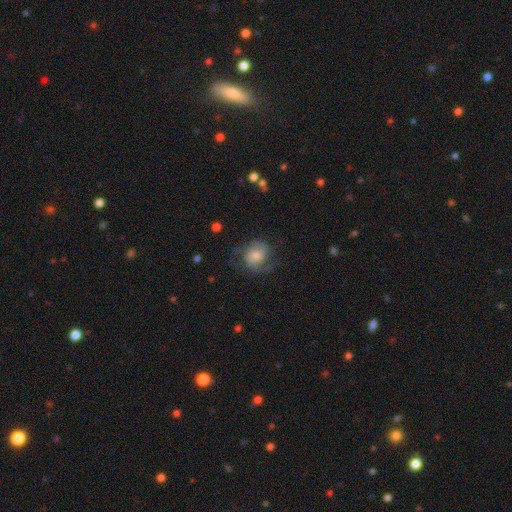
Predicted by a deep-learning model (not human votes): Smooth or featured? featured or disk (62%)
Edge-on disk? no (97%)
Bar? no (70%)
Spiral arms? yes (89%)
Spiral winding? medium (47%)
Spiral arm count? 2 (73%)
Bulge size? moderate (45%)
Merging? none (57%)